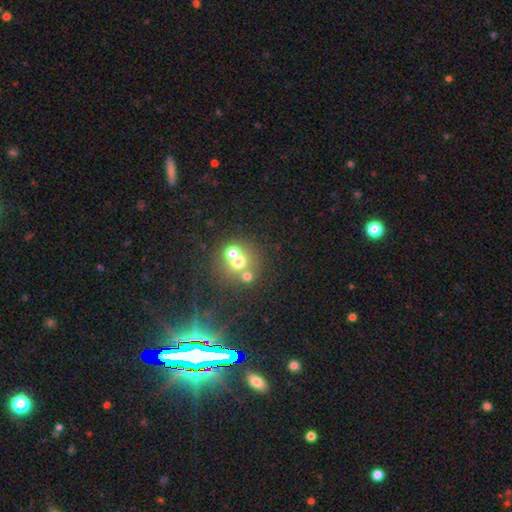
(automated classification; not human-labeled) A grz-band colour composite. It shows a star or artifact, not a galaxy (54%).